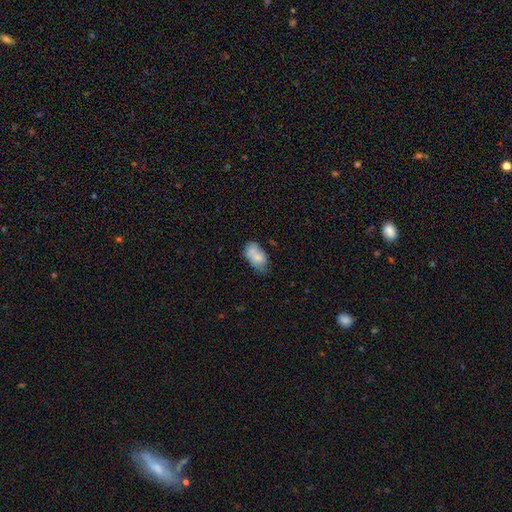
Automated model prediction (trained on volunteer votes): Overall: smooth (75%). How rounded: in between (92%). Merging: none (46%; minor disturbance 35%).